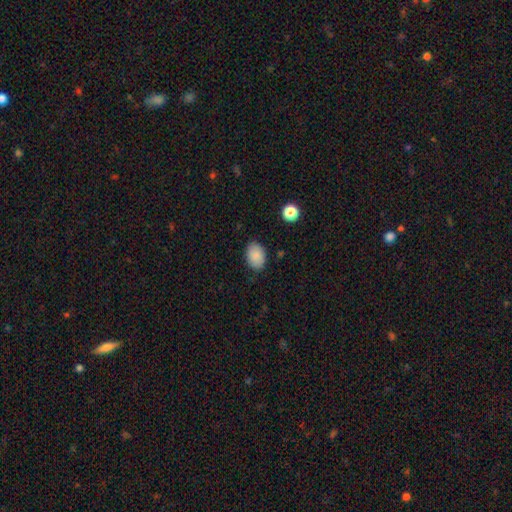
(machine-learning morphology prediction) type=smooth (88%); roundness=in between (81%); merging=none (84%).